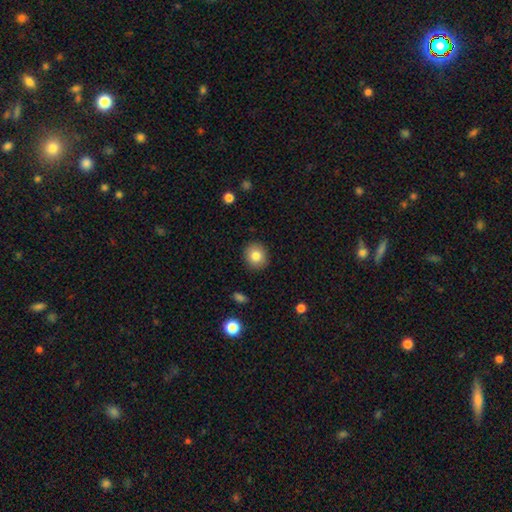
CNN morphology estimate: Q: Smooth or featured?
A: smooth (82%); runner-up: star or artifact (9%)
Q: How rounded?
A: round (83%); runner-up: in between (17%)
Q: Merging?
A: none (91%); runner-up: minor disturbance (6%)